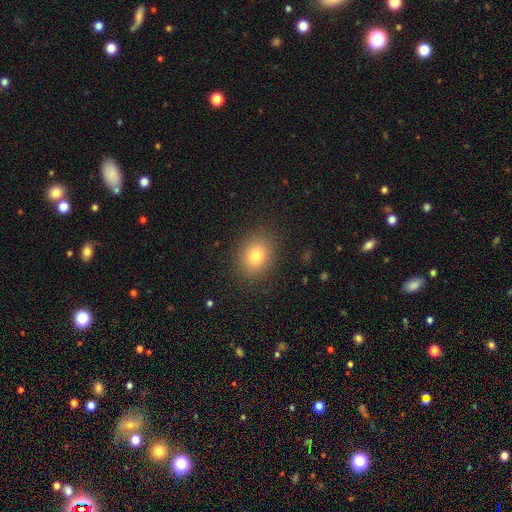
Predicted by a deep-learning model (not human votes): This is likely a smooth galaxy (79%). How rounded: possibly round (55%). Merging: clearly none (88%).